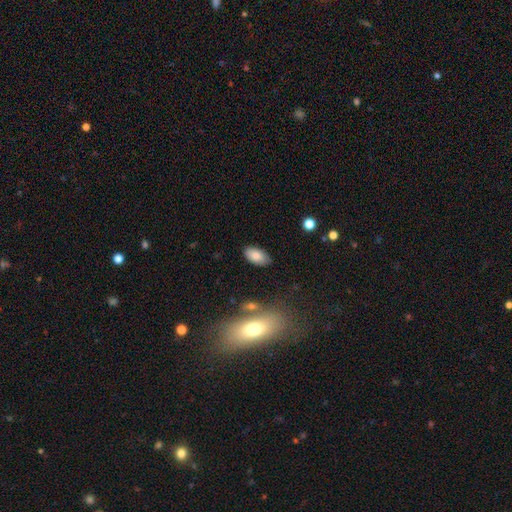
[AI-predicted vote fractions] A smooth galaxy with no disk features (84%) that is in between round and cigar-shaped (95%). Merging: none (83%).